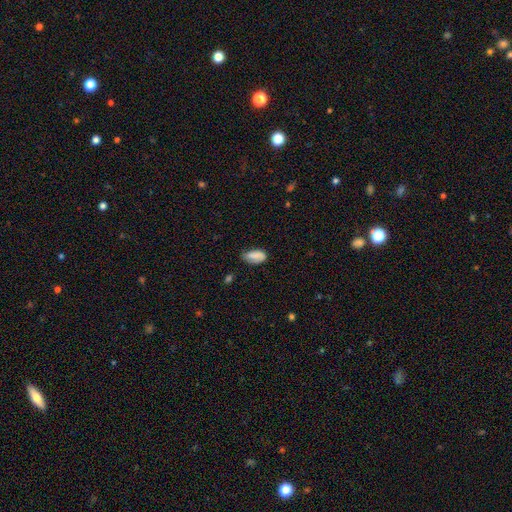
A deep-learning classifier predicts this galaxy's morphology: smooth_or_featured: smooth (p=0.72) [alt: featured or disk p=0.19]
how_rounded: in between (p=0.91) [alt: cigar-shaped p=0.04]
merging: none (p=0.57) [alt: minor disturbance p=0.31]